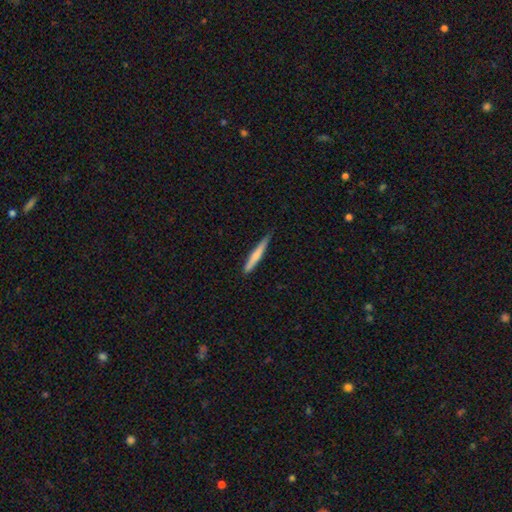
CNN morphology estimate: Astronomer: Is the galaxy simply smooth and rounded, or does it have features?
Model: smooth — 63%.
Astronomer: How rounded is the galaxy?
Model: cigar-shaped — 95%.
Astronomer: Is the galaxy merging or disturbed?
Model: none — 80%.